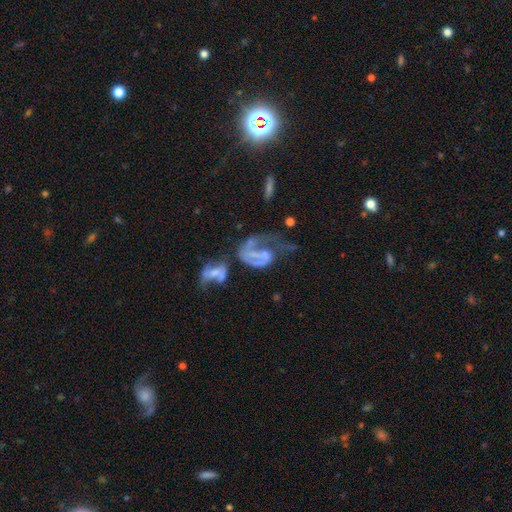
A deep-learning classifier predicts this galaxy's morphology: Smooth or featured? Predicted: featured or disk (p=0.72). Edge-on disk? Predicted: no (p=0.97). Bar? Predicted: no (p=0.59). Spiral arms? Predicted: yes (p=0.68). Bulge size? Predicted: none (p=0.46). Merging? Predicted: merger (p=0.39).